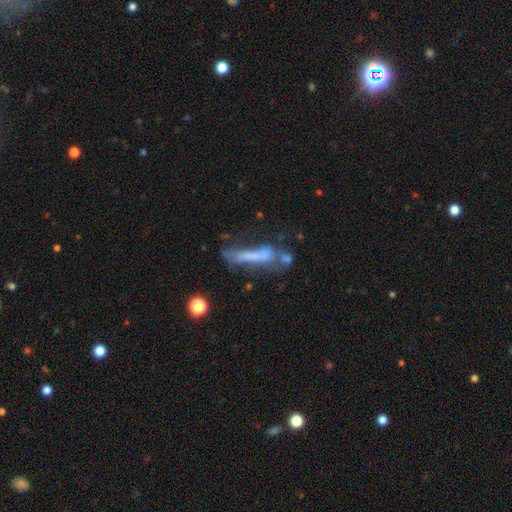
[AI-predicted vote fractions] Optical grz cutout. It shows a smooth galaxy with no disk features (43%, tied with featured or disk). Merging: none (29%).